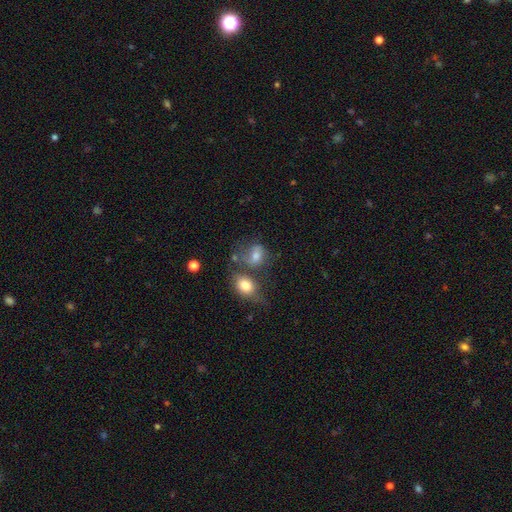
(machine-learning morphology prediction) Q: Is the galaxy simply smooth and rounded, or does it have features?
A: smooth — 65%.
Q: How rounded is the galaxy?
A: in between — 53%.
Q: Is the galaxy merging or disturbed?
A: none — 35%.